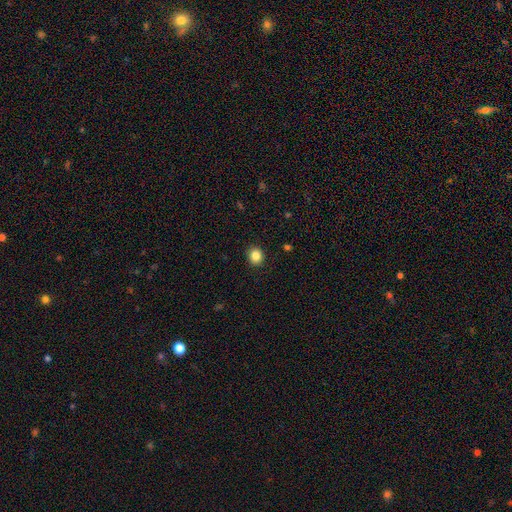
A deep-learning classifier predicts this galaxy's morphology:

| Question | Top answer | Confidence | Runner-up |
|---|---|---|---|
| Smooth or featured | smooth | 85% | star or artifact (10%) |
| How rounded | round | 80% | in between (19%) |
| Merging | none | 91% | minor disturbance (6%) |